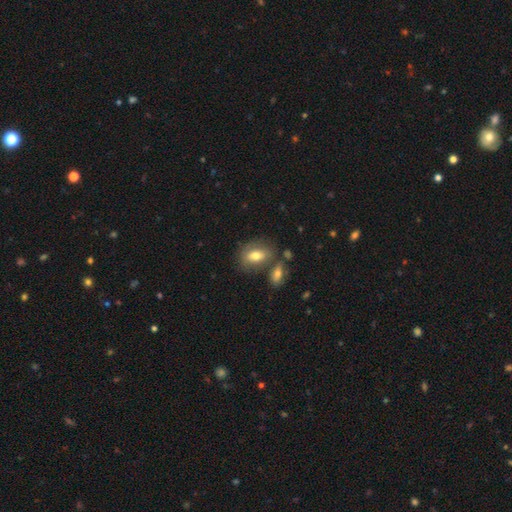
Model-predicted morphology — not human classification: Smooth or featured? smooth (70%)
How rounded? in between (83%)
Merging? none (60%)